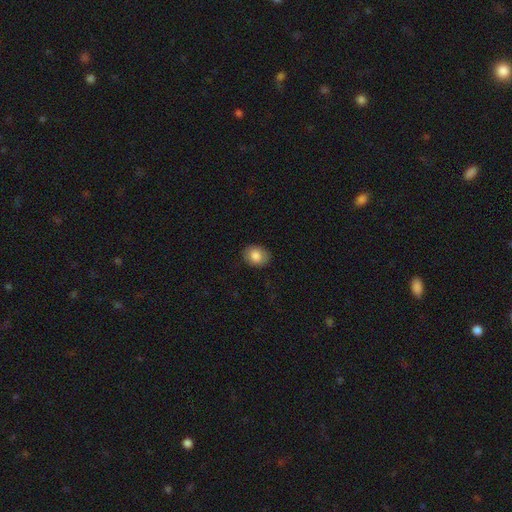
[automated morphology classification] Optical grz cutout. It shows a smooth galaxy with no disk features (84%) that is in between round and cigar-shaped (53%). Merging: none (85%).